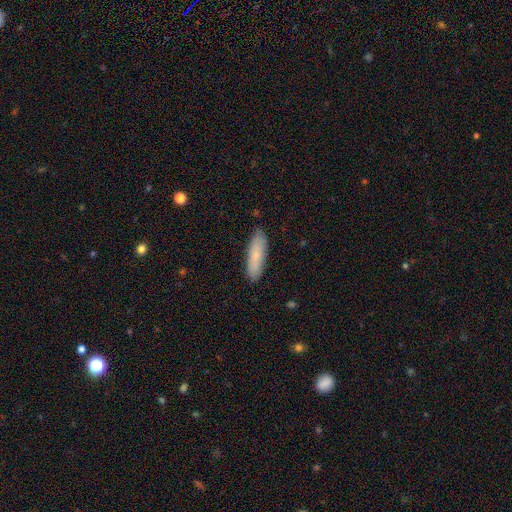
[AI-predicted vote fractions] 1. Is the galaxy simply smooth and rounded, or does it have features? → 71% smooth, 23% featured or disk, 6% star or artifact.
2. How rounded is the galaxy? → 59% cigar-shaped, 39% in between, 2% round.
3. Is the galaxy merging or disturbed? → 86% none, 11% minor disturbance, 2% major disturbance, 1% merger.